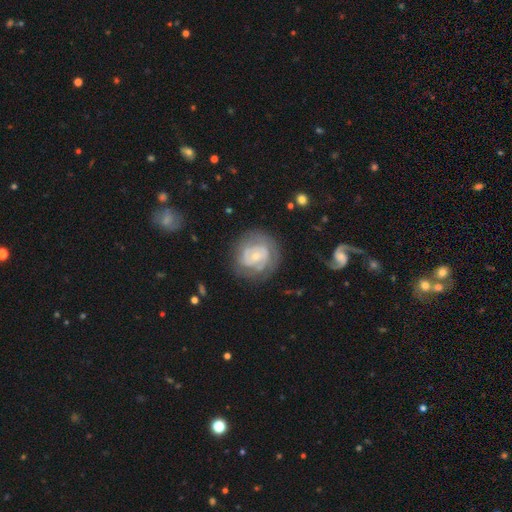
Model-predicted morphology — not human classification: type=featured or disk (72%); edge-on=no (98%); bar=no (65%); spiral arms=yes (79%); winding=tight (62%); arm count=can't tell (42%); bulge=small (72%); merging=none (70%).